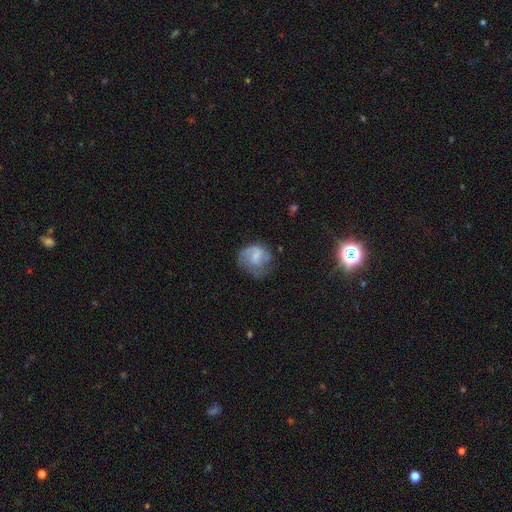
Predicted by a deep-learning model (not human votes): Morphology: type=smooth (47%); merging=none (44%).